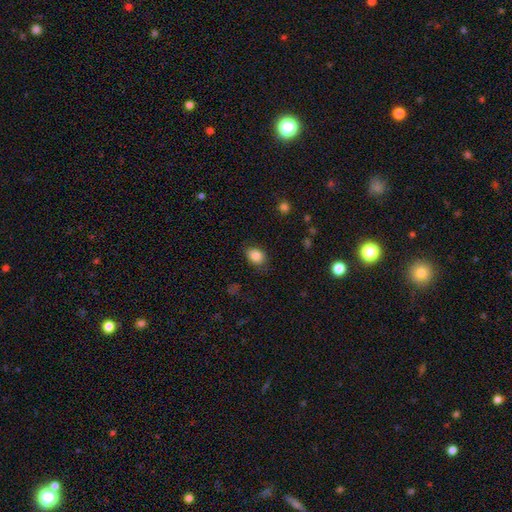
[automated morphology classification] Q: Smooth or featured?
A: smooth (86%); runner-up: star or artifact (9%)
Q: How rounded?
A: in between (59%); runner-up: round (40%)
Q: Merging?
A: none (79%); runner-up: minor disturbance (15%)